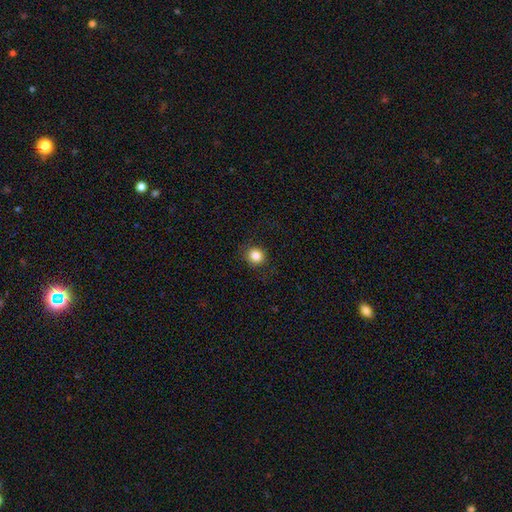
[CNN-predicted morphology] Smooth or featured? Predicted: smooth (p=0.85). How rounded? Predicted: round (p=0.90). Merging? Predicted: none (p=0.87).